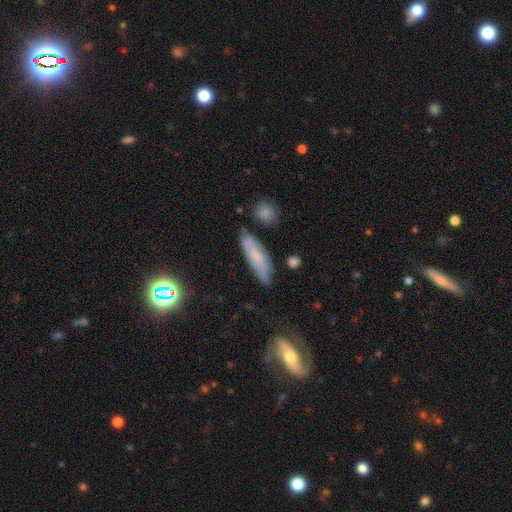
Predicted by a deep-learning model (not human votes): smooth-or-featured: smooth: 47% | featured or disk: 41% | star or artifact: 12%
  merging: none: 73% | minor disturbance: 18% | major disturbance: 5% | merger: 4%